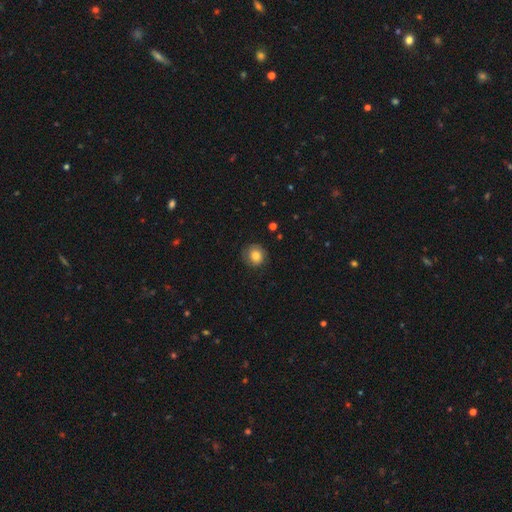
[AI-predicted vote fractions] A smooth galaxy with no disk features (75%) that is round (85%).

Vote fractions:
- Smooth or featured? smooth: 75% / featured or disk: 15% / star or artifact: 9%
- How rounded? round: 85% / in between: 14% / cigar-shaped: 1%
- Merging? none: 78% / minor disturbance: 15% / major disturbance: 5% / merger: 1%